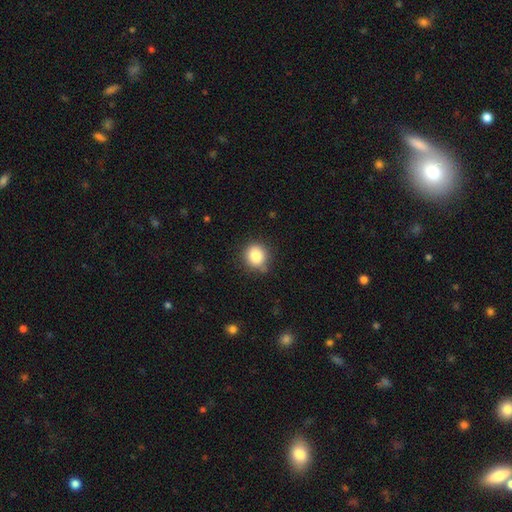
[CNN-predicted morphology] type=smooth (84%); roundness=round (88%); merging=none (79%).